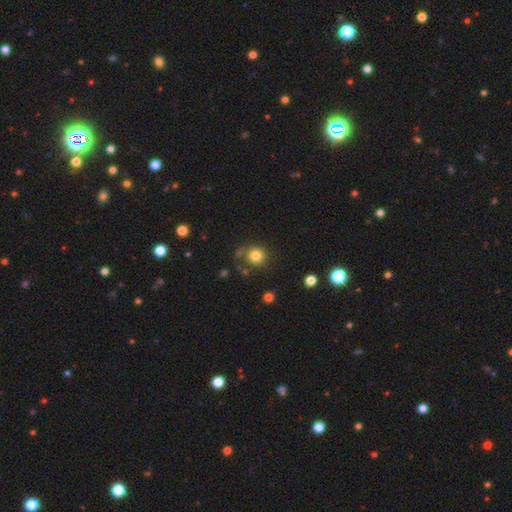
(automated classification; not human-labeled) Smooth or featured? Predicted: smooth (p=0.81). How rounded? Predicted: round (p=0.89). Merging? Predicted: none (p=0.75).